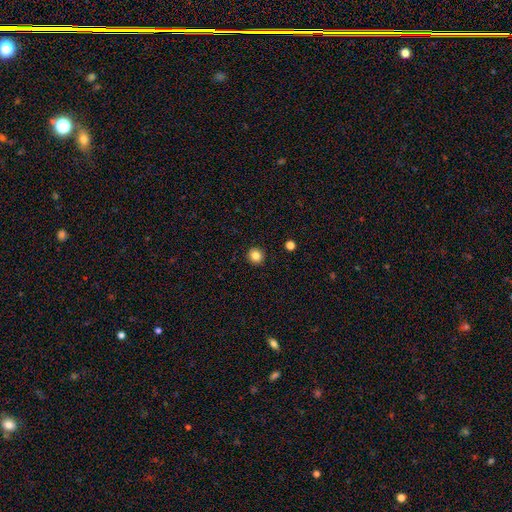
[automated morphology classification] Smooth or featured: smooth — 83% (star or artifact — 11%)
How rounded: round — 93% (in between — 6%)
Merging: none — 93% (minor disturbance — 5%)